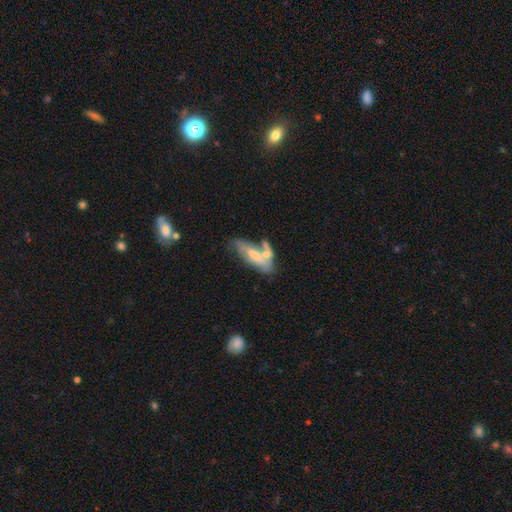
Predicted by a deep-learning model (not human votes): smooth-or-featured: smooth: 50% | featured or disk: 43% | star or artifact: 7%
  how-rounded: in between: 72% | cigar-shaped: 25% | round: 3%
  merging: merger: 45% | none: 26% | minor disturbance: 16% | major disturbance: 12%